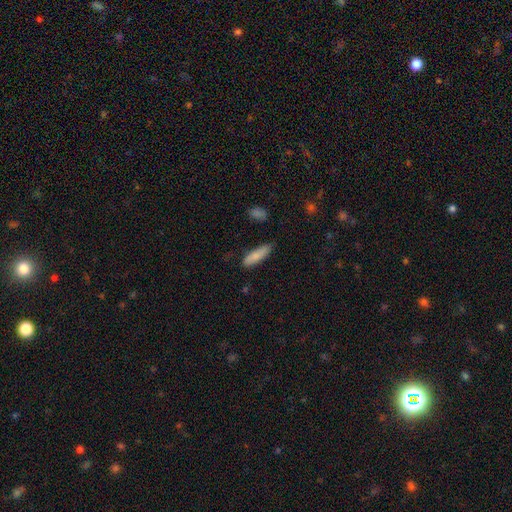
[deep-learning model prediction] Smooth or featured? Predicted: smooth (p=0.83). How rounded? Predicted: cigar-shaped (p=0.60). Merging? Predicted: none (p=0.76).